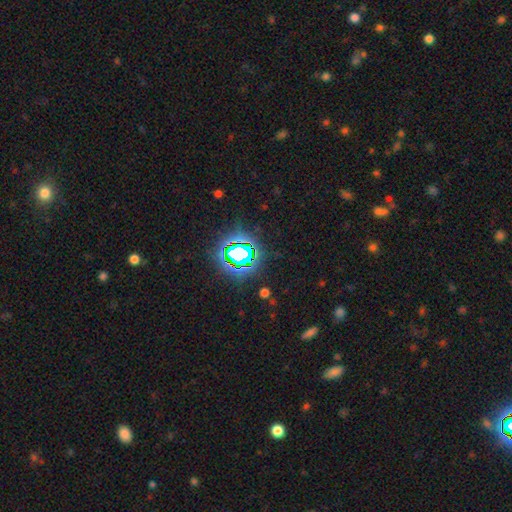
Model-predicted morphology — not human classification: Smooth or featured? star or artifact (79%)